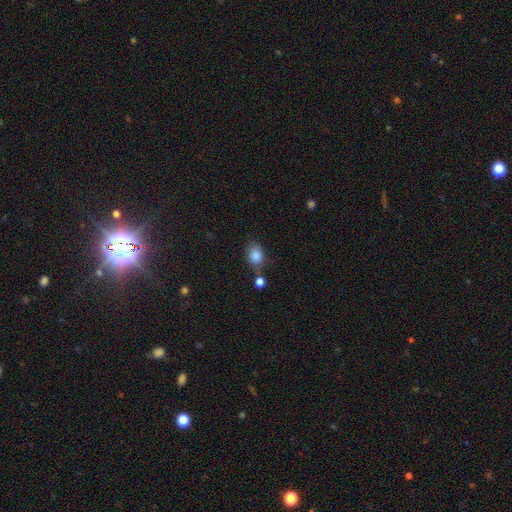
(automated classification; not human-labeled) Smooth or featured? smooth (86%)
How rounded? in between (68%)
Merging? none (65%)